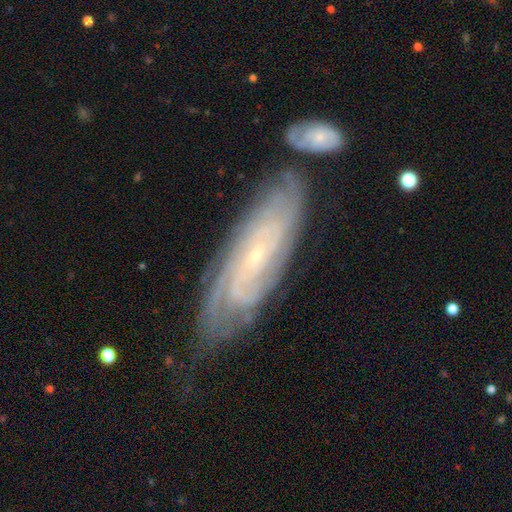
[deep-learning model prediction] Morphology: type=featured or disk (81%); edge-on=no (86%); bar=no (60%); spiral arms=yes (95%); winding=tight (76%); arm count=can't tell (48%); bulge=small (82%); merging=none (65%).